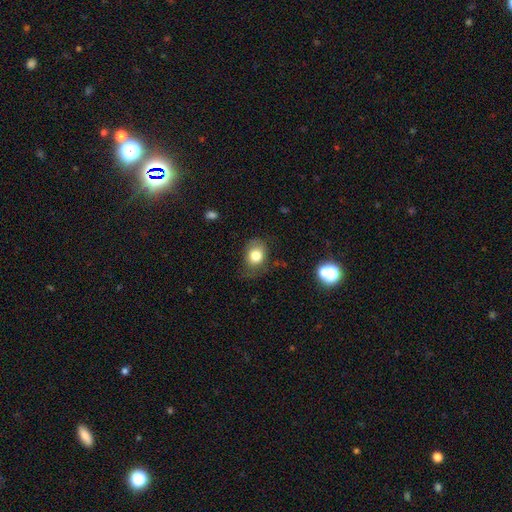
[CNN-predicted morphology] This is likely a smooth galaxy (78%). How rounded: possibly in between (51%). Merging: likely none (62%).